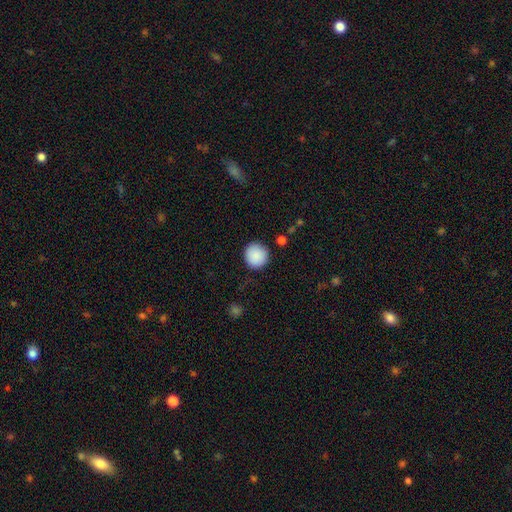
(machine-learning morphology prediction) smooth 89%, star or artifact 7%, featured or disk 4%. Down the decision tree: how rounded — round (94%); merging — none (89%).